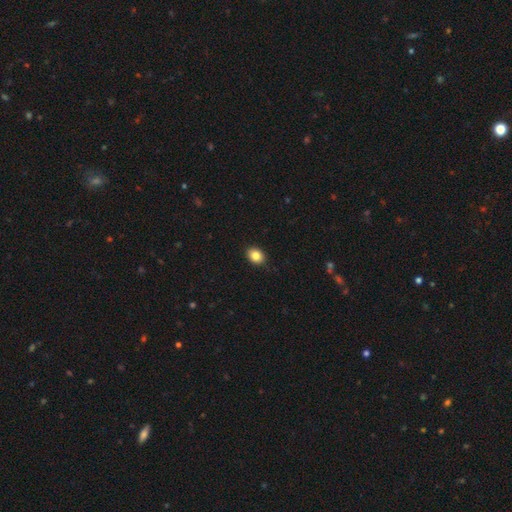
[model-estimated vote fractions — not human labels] smooth-or-featured: smooth: 85% | star or artifact: 9% | featured or disk: 6%
  how-rounded: in between: 63% | round: 36% | cigar-shaped: 1%
  merging: none: 90% | minor disturbance: 7% | major disturbance: 2% | merger: 1%